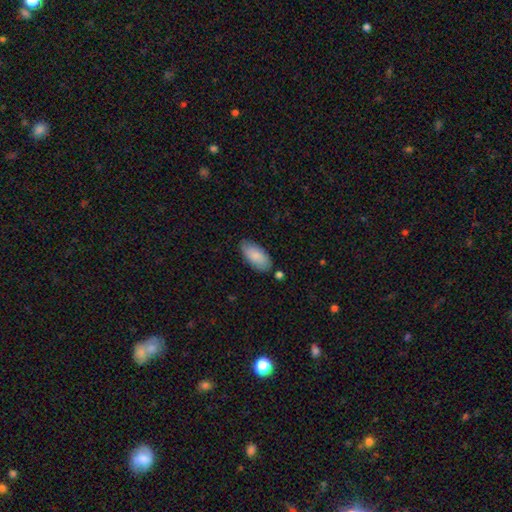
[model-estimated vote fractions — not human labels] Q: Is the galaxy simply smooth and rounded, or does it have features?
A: smooth — 85%.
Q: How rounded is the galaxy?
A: in between — 93%.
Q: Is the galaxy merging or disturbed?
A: none — 76%.